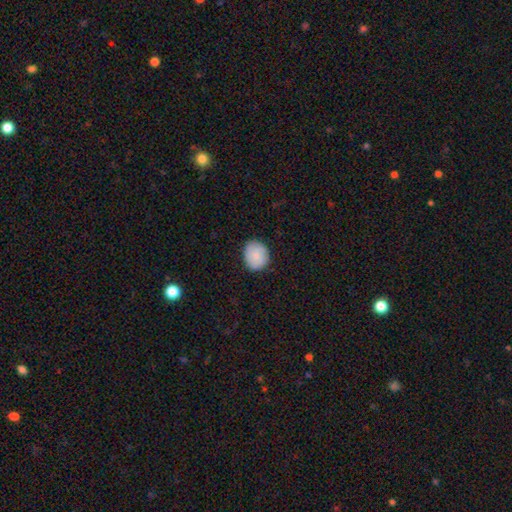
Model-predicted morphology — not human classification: smooth 82%, featured or disk 11%, star or artifact 7%. Down the decision tree: how rounded — round (65%); merging — none (83%).